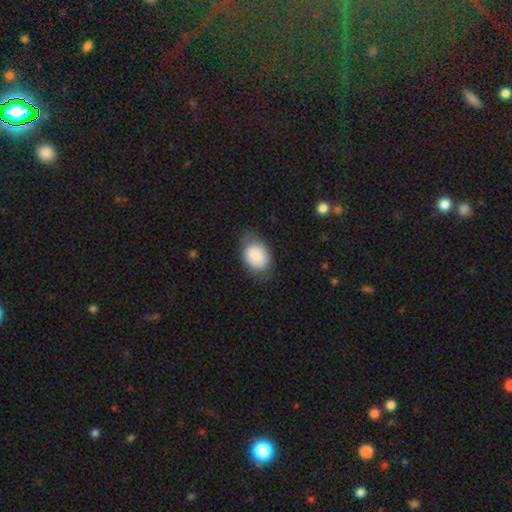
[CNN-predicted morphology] Smooth or featured? Predicted: smooth (p=0.85). How rounded? Predicted: in between (p=0.72). Merging? Predicted: none (p=0.66).